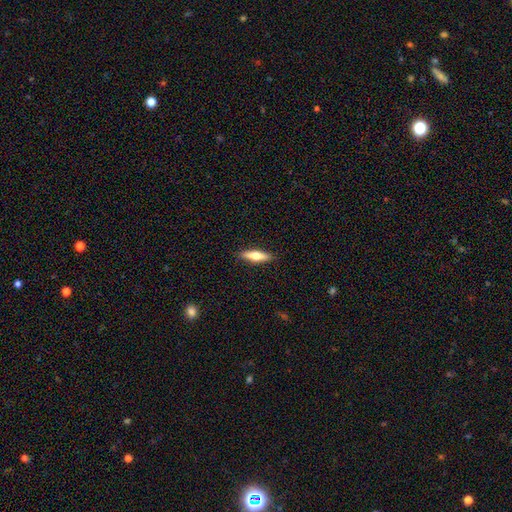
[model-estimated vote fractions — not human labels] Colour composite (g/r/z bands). It shows a smooth galaxy with no disk features (55%) that is cigar-shaped (67%). Merging: none (90%).